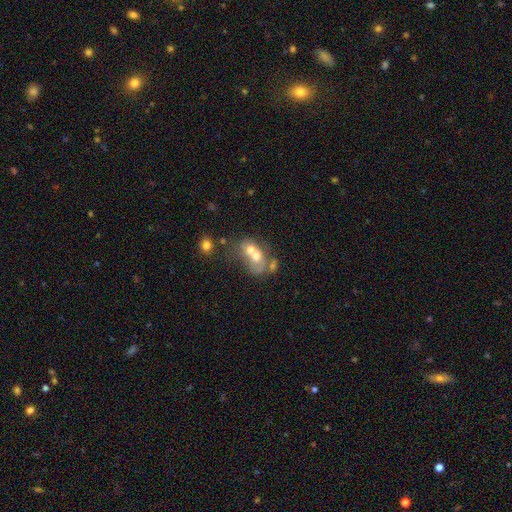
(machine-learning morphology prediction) The model was most divided on "smooth or featured": smooth: 52%, featured or disk: 36%, star or artifact: 12%. More confident: merging — merger (68%); how rounded — in between (59%).